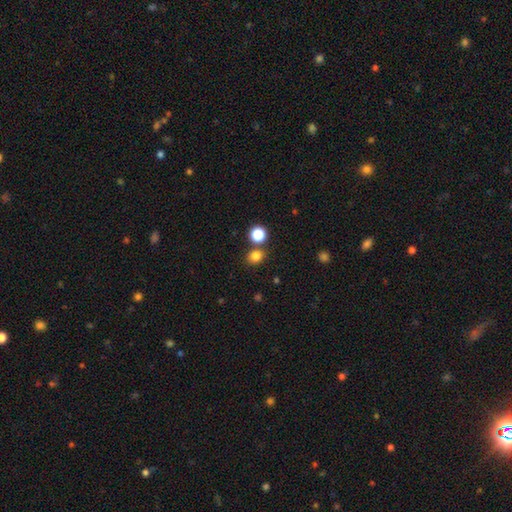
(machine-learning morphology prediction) Q: Smooth or featured?
A: smooth (81%); runner-up: star or artifact (14%)
Q: How rounded?
A: round (67%); runner-up: in between (32%)
Q: Merging?
A: none (75%); runner-up: merger (14%)